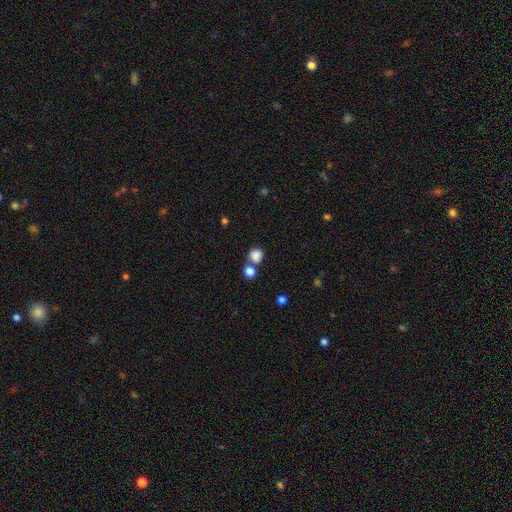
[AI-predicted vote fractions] Smooth or featured: smooth — 84% (star or artifact — 11%)
How rounded: round — 78% (in between — 21%)
Merging: none — 54% (merger — 31%)